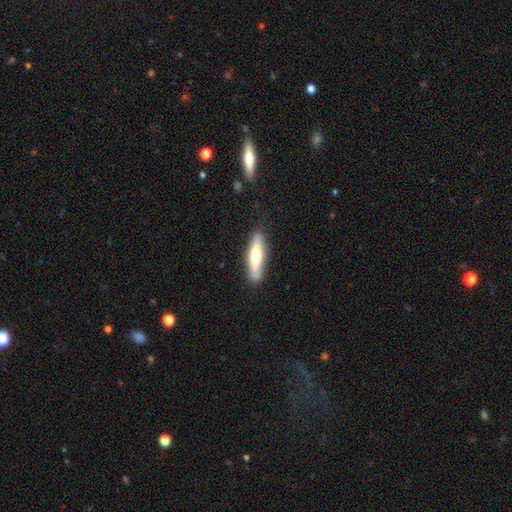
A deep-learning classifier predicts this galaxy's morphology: Smooth or featured: smooth — 58% (featured or disk — 37%)
How rounded: cigar-shaped — 79% (in between — 20%)
Merging: none — 85% (minor disturbance — 11%)